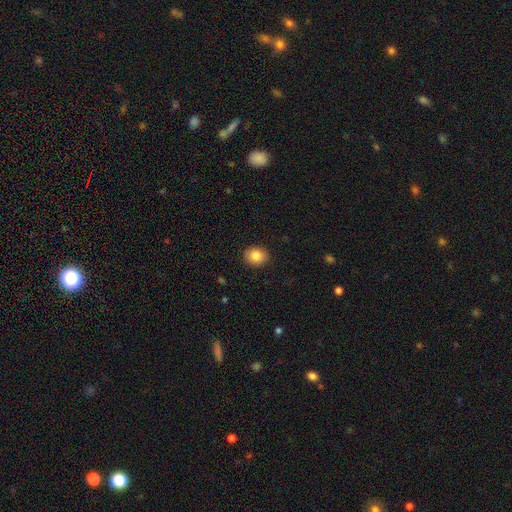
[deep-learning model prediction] smooth_or_featured: smooth (p=0.85) [alt: star or artifact p=0.09]
how_rounded: round (p=0.59) [alt: in between p=0.40]
merging: none (p=0.90) [alt: minor disturbance p=0.07]